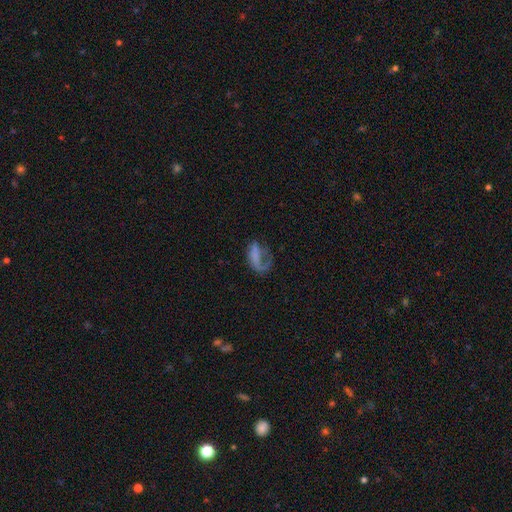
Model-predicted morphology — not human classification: smooth-or-featured: featured or disk: 53% | smooth: 36% | star or artifact: 11%
  disk-edge-on: no: 96% | yes: 4%
    bar: no: 72% | weak: 19% | strong: 9%
    has-spiral-arms: yes: 56% | no: 44%
    bulge-size: none: 72% | small: 14% | moderate: 7% | large: 5% | dominant: 2%
  merging: major disturbance: 49% | none: 30% | minor disturbance: 17% | merger: 5%